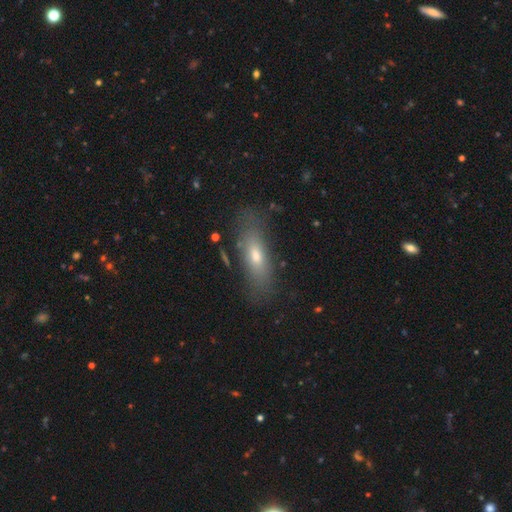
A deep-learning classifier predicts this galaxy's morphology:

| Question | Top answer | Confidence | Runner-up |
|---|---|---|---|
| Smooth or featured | smooth | 62% | featured or disk (28%) |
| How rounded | in between | 55% | cigar-shaped (41%) |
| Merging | none | 77% | minor disturbance (15%) |